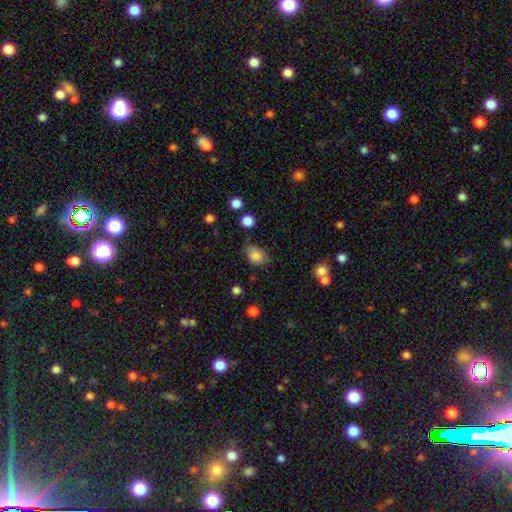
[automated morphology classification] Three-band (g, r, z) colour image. It shows a smooth galaxy with no disk features (82%) that is in between round and cigar-shaped (75%). Merging: none (56%).